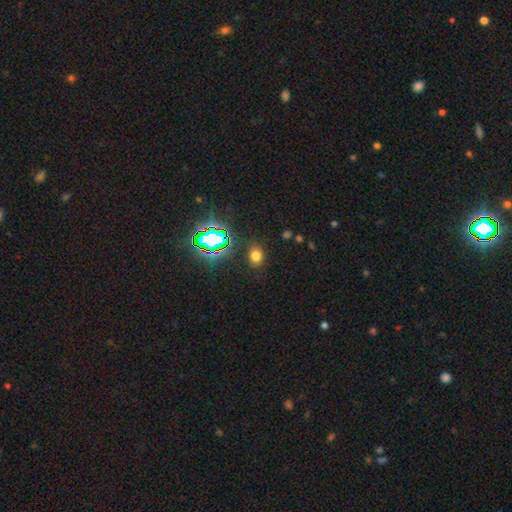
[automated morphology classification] Smooth or featured? Predicted: smooth (p=0.67). How rounded? Predicted: round (p=0.53). Merging? Predicted: none (p=0.86).